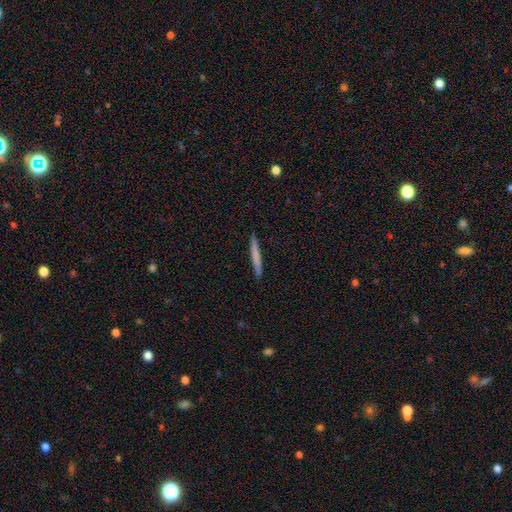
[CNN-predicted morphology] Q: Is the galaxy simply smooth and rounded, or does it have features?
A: smooth — 69%.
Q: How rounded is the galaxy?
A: cigar-shaped — 97%.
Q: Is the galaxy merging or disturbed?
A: none — 91%.